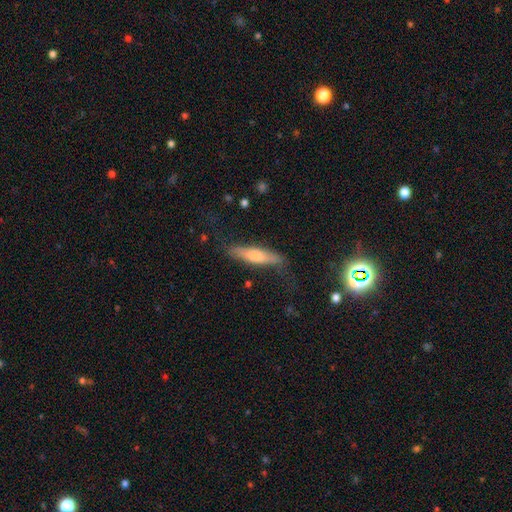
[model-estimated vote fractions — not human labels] Smooth or featured? Predicted: smooth (p=0.64). How rounded? Predicted: cigar-shaped (p=0.77). Merging? Predicted: none (p=0.68).